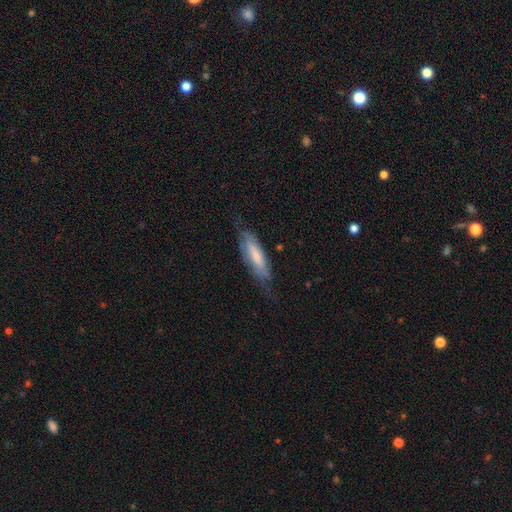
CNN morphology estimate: Q: Smooth or featured?
A: smooth (49%); runner-up: featured or disk (44%)
Q: Merging?
A: none (62%); runner-up: minor disturbance (26%)